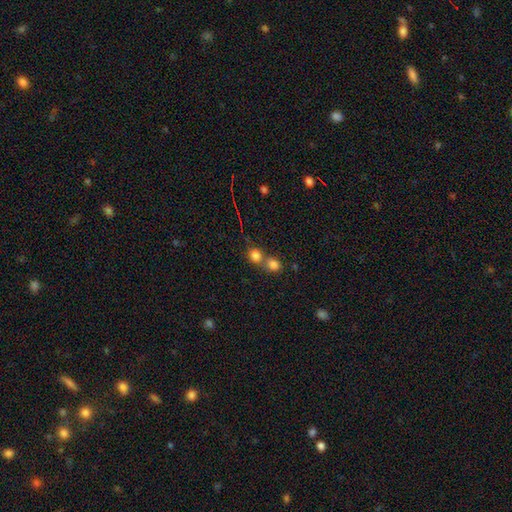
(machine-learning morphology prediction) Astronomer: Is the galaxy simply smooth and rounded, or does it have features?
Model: smooth — 80%.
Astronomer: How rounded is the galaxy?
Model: round — 74%.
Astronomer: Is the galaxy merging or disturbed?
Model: merger — 51% (runner-up: none, 41%).